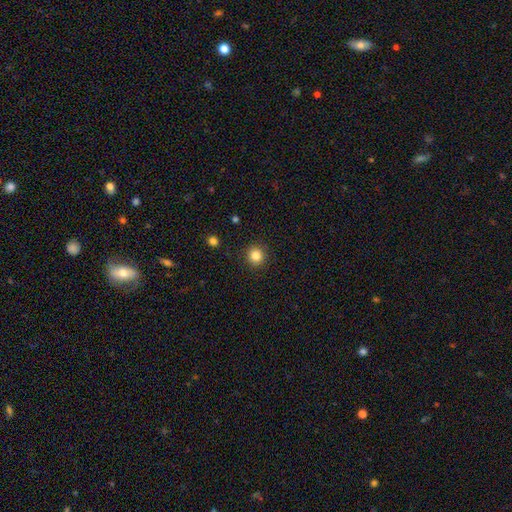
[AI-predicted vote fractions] smooth_or_featured: smooth (p=0.83) [alt: star or artifact p=0.11]
how_rounded: round (p=0.93) [alt: in between p=0.06]
merging: none (p=0.91) [alt: minor disturbance p=0.05]